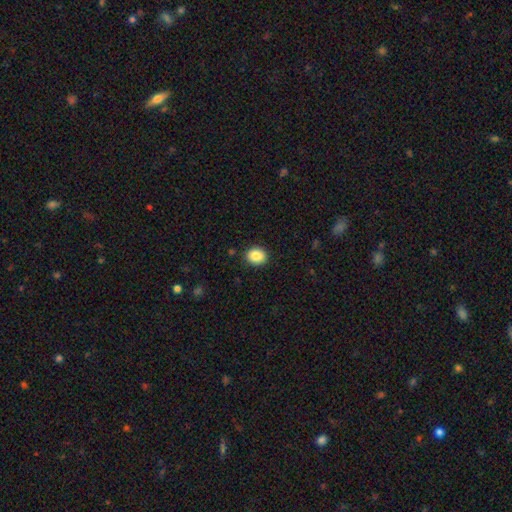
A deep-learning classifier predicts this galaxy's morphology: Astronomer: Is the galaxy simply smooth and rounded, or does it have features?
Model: smooth — 86%.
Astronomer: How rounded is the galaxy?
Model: round — 64%.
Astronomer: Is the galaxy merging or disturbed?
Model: none — 90%.